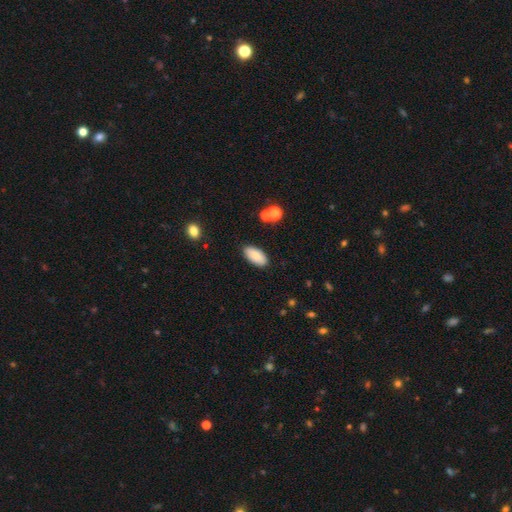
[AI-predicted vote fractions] This is clearly a smooth galaxy (84%). How rounded: clearly in between (92%). Merging: clearly none (87%).